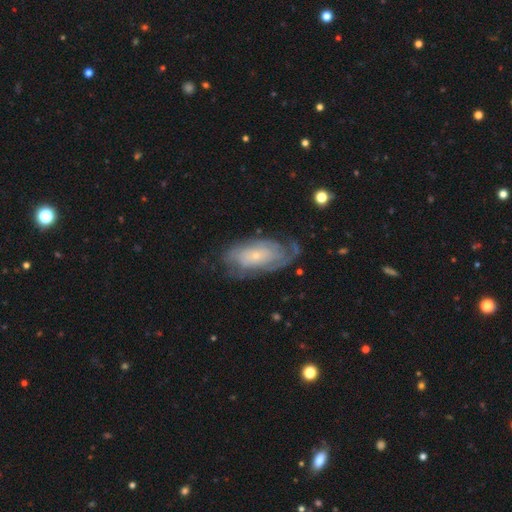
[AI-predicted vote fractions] Smooth or featured?
  - featured or disk: 73% *
  - smooth: 21%
  - star or artifact: 6%
Edge-on disk?
  - no: 93% *
  - yes: 7%
Bar?
  - no: 79% *
  - weak: 17%
  - strong: 4%
Spiral arms?
  - yes: 84% *
  - no: 16%
Spiral winding?
  - tight: 66% *
  - medium: 24%
  - loose: 10%
Spiral arm count?
  - can't tell: 52% *
  - 2: 24%
  - 3: 8%
  - 1: 7%
  - 4: 5%
  - more than 4: 4%
Bulge size?
  - small: 81% *
  - moderate: 14%
  - none: 3%
  - large: 2%
  - dominant: 1%
Merging?
  - none: 60% *
  - minor disturbance: 23%
  - major disturbance: 15%
  - merger: 2%